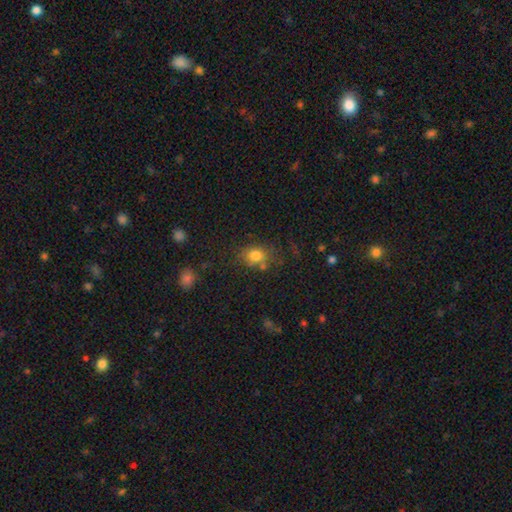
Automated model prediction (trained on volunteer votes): smooth-or-featured: smooth: 78% | star or artifact: 12% | featured or disk: 9%
  how-rounded: in between: 49% (tied) | round: 49% (tied) | cigar-shaped: 1%
  merging: none: 65% | minor disturbance: 18% | merger: 9% | major disturbance: 8%